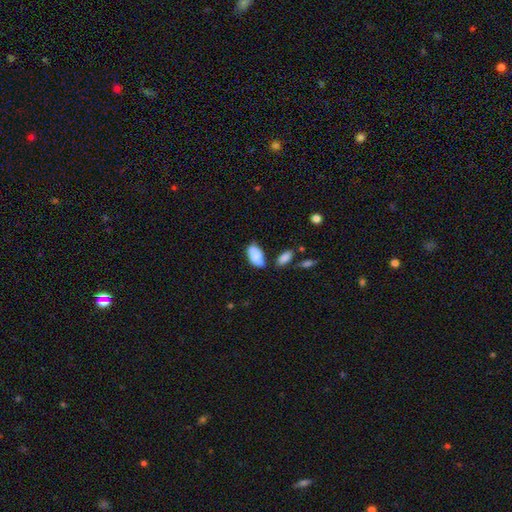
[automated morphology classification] smooth 78%, featured or disk 15%, star or artifact 7%. Down the decision tree: how rounded — in between (93%); merging — none (47%).